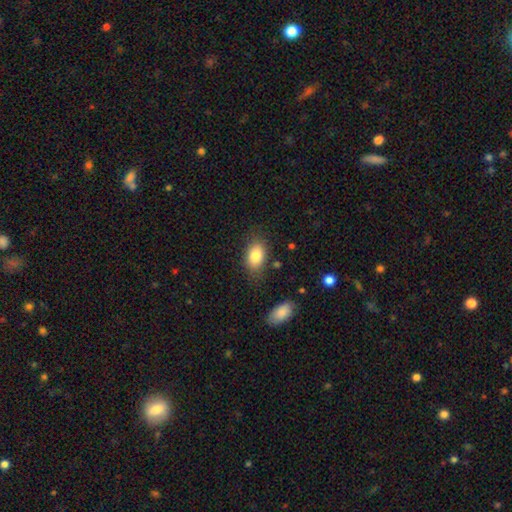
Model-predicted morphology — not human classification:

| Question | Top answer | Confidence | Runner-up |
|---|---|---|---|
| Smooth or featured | smooth | 83% | featured or disk (9%) |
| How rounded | in between | 88% | round (10%) |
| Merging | none | 77% | minor disturbance (15%) |